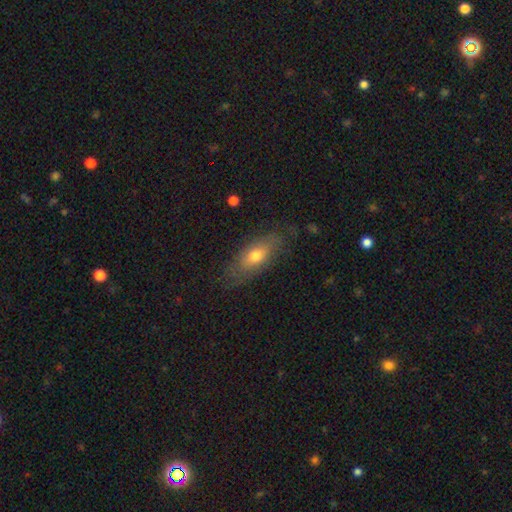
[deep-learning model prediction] smooth-or-featured: smooth: 61% | featured or disk: 31% | star or artifact: 8%
  how-rounded: in between: 77% | cigar-shaped: 17% | round: 6%
  merging: none: 72% | minor disturbance: 19% | major disturbance: 8% | merger: 1%